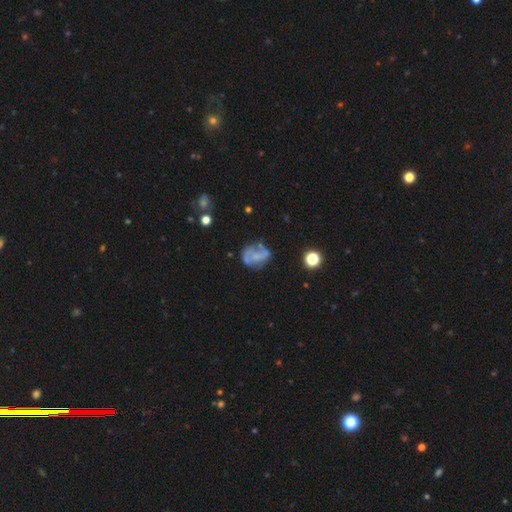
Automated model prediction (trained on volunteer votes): smooth-or-featured: featured or disk: 57% | smooth: 31% | star or artifact: 12%
  disk-edge-on: no: 97% | yes: 3%
    bar: no: 69% | weak: 22% | strong: 8%
    has-spiral-arms: no: 55% | yes: 45%
    bulge-size: none: 54% | small: 25% | moderate: 17% | large: 3% | dominant: 1%
  merging: none: 50% | minor disturbance: 24% | major disturbance: 19% | merger: 6%